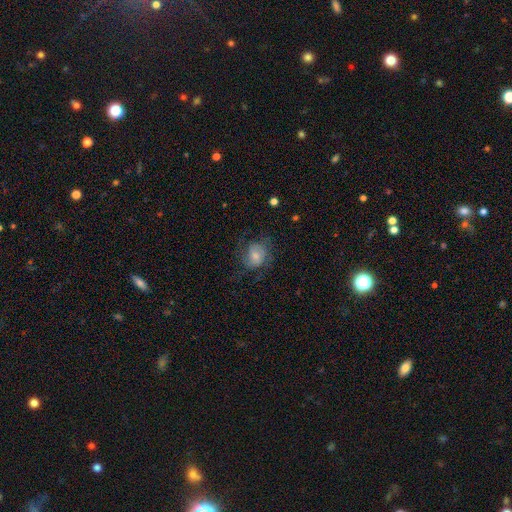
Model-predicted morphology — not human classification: Smooth or featured? smooth (53%)
How rounded? round (61%)
Merging? none (54%)